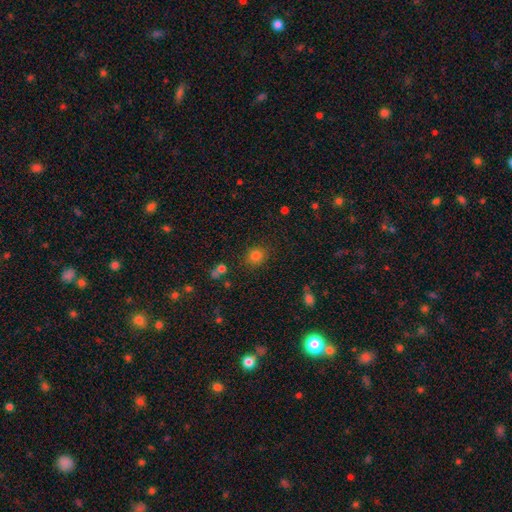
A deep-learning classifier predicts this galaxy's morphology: Smooth or featured?
  - smooth: 81% *
  - star or artifact: 13%
  - featured or disk: 5%
How rounded?
  - round: 78% *
  - in between: 21%
  - cigar-shaped: 1%
Merging?
  - none: 85% *
  - minor disturbance: 9%
  - major disturbance: 3%
  - merger: 3%